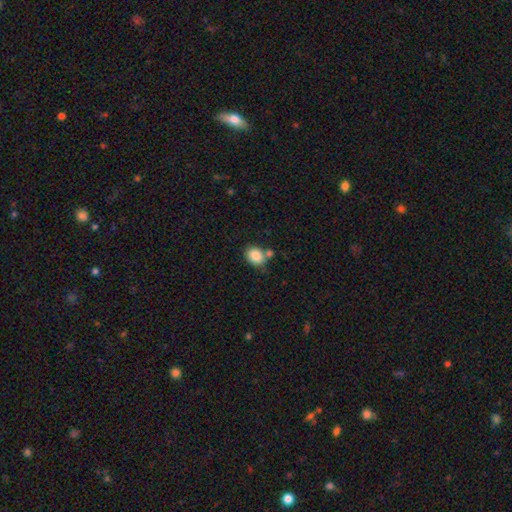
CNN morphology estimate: The model was most divided on "how rounded": in between: 54%, round: 45%, cigar-shaped: 1%. More confident: smooth or featured — smooth (86%); merging — none (61%).